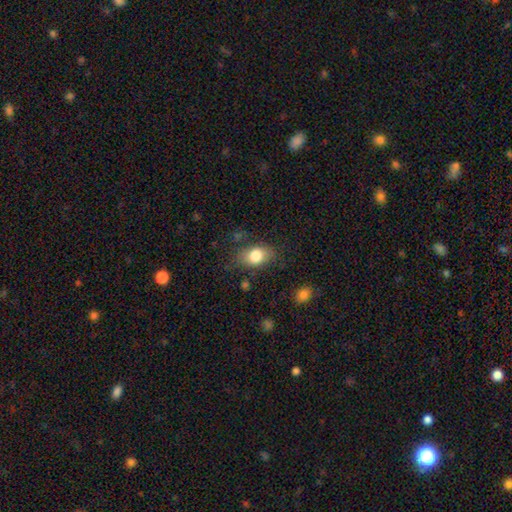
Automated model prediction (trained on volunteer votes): Smooth or featured? smooth (80%)
How rounded? in between (78%)
Merging? none (73%)